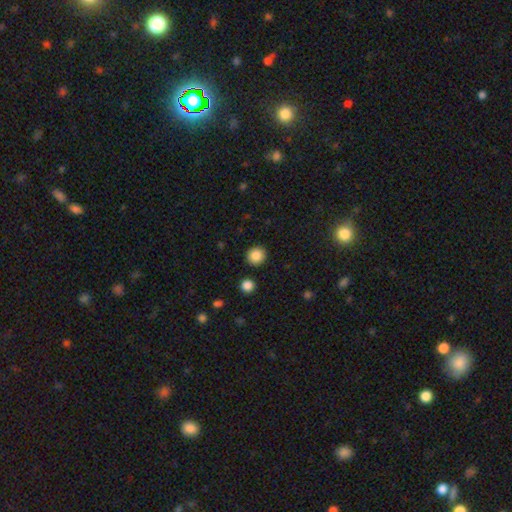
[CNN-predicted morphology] smooth_or_featured: smooth (p=0.87) [alt: star or artifact p=0.10]
how_rounded: round (p=0.91) [alt: in between p=0.08]
merging: none (p=0.91) [alt: minor disturbance p=0.05]